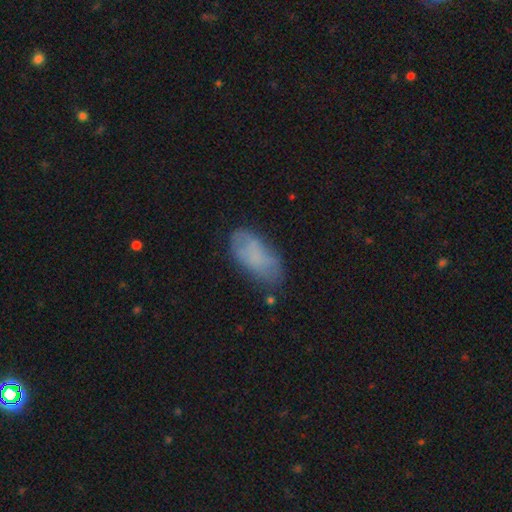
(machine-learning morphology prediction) Smooth or featured: smooth — 70% (featured or disk — 22%)
How rounded: in between — 92% (cigar-shaped — 6%)
Merging: none — 61% (minor disturbance — 27%)